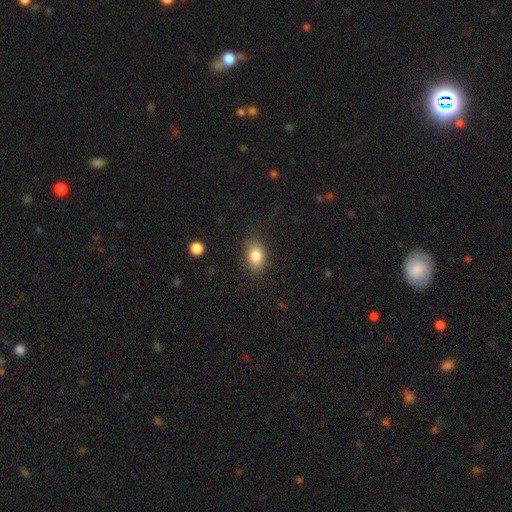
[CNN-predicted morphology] smooth_or_featured: smooth (p=0.84) [alt: star or artifact p=0.09]
how_rounded: in between (p=0.80) [alt: round p=0.19]
merging: none (p=0.82) [alt: minor disturbance p=0.12]